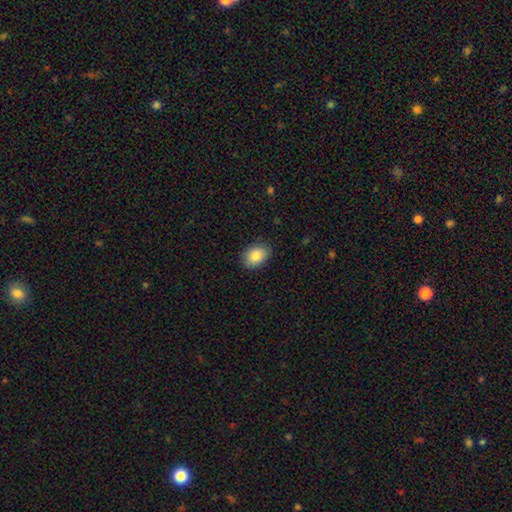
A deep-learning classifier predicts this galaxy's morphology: Smooth or featured? smooth (86%)
How rounded? in between (78%)
Merging? none (86%)